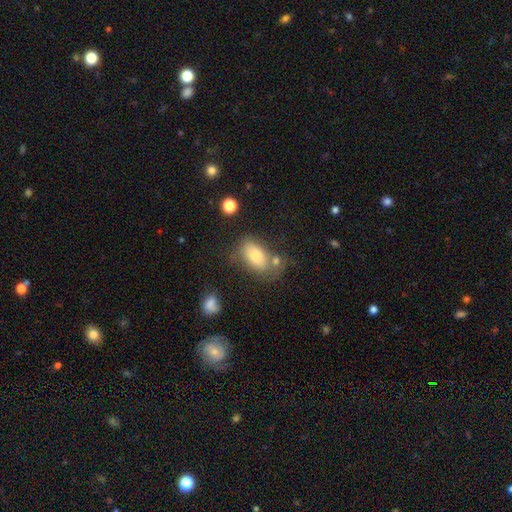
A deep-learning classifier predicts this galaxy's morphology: A smooth galaxy with no disk features (77%) that is in between round and cigar-shaped (90%). Merging: none (50%).